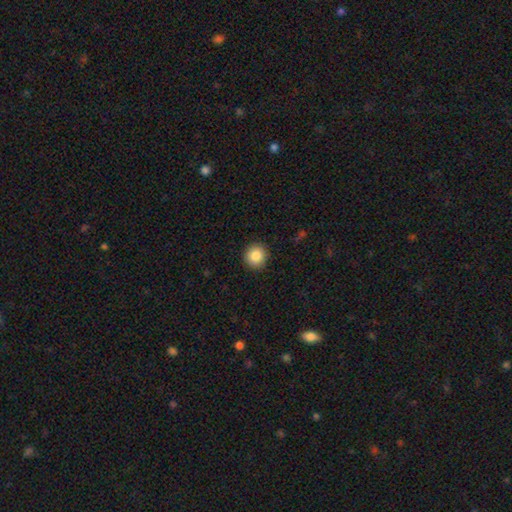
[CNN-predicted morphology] The model was most divided on "smooth or featured": smooth: 86%, star or artifact: 9%, featured or disk: 5%. More confident: how rounded — round (93%); merging — none (91%).